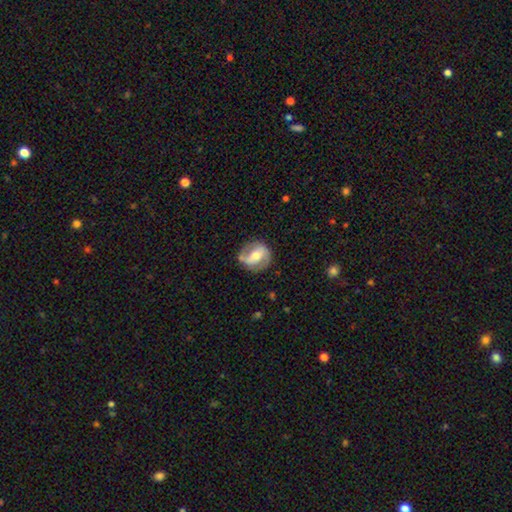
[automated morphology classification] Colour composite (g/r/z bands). It shows a featured or disk galaxy (73%) with a strong bar (48%), 2 (86%) medium (46%) spiral arms (81%) and a moderate central bulge (63%). Merging: none (79%).